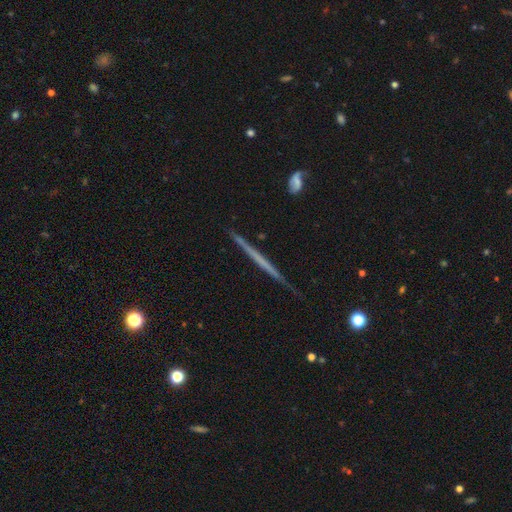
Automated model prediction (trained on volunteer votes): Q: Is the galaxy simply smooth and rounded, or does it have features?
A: featured or disk — 58%.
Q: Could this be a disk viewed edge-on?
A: yes — 98%.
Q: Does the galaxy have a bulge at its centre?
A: none — 91%.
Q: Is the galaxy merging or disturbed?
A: none — 91%.